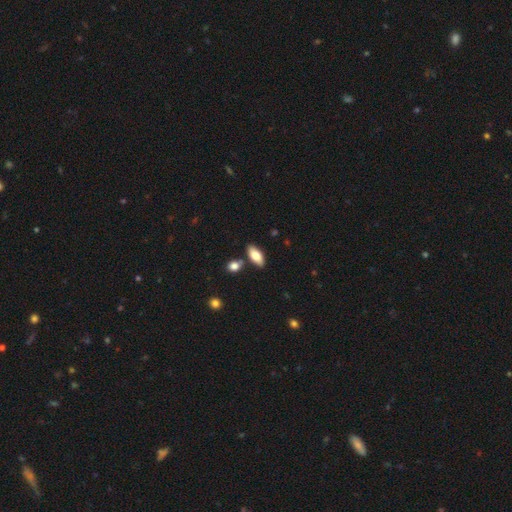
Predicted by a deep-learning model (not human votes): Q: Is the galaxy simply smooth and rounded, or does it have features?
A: smooth — 79%.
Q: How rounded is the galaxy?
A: in between — 88%.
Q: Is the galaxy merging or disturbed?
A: none — 79%.